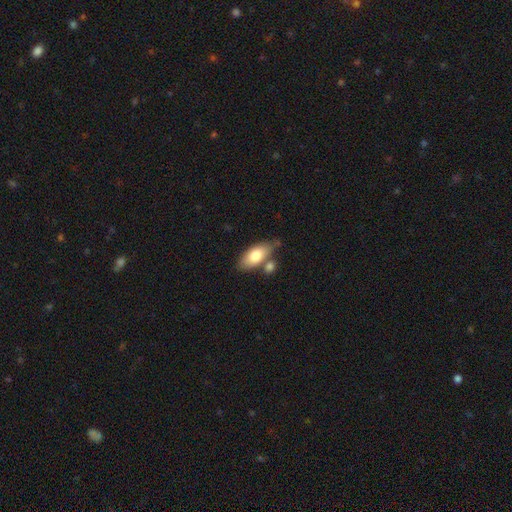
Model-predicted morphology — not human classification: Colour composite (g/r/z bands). It shows a smooth galaxy with no disk features (76%) that is in between round and cigar-shaped (87%). Merging: none (58%).